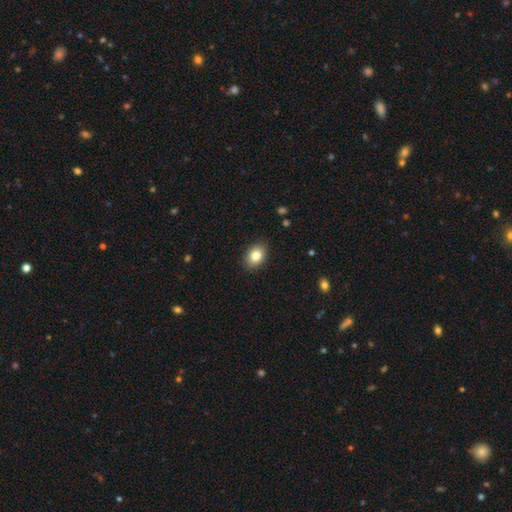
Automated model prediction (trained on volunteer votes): Smooth or featured?
  - smooth: 82% *
  - featured or disk: 9%
  - star or artifact: 9%
How rounded?
  - in between: 73% *
  - round: 26%
  - cigar-shaped: 1%
Merging?
  - none: 88% *
  - minor disturbance: 9%
  - major disturbance: 2%
  - merger: 1%